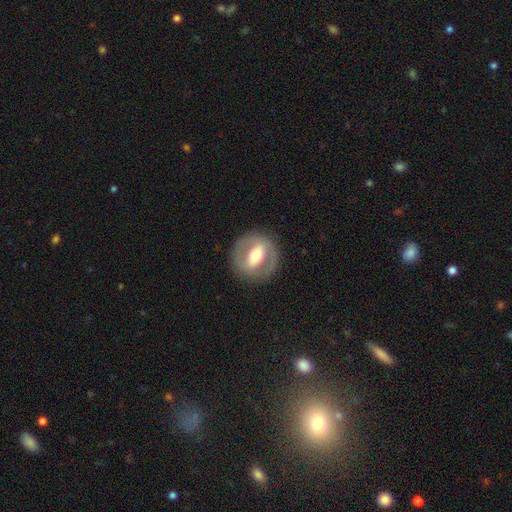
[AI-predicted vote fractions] This appears to be a featured or disk galaxy (67%) with a strong bar (58%), no spiral arms (62%) and a moderate central bulge (66%). Merging: none (85%).